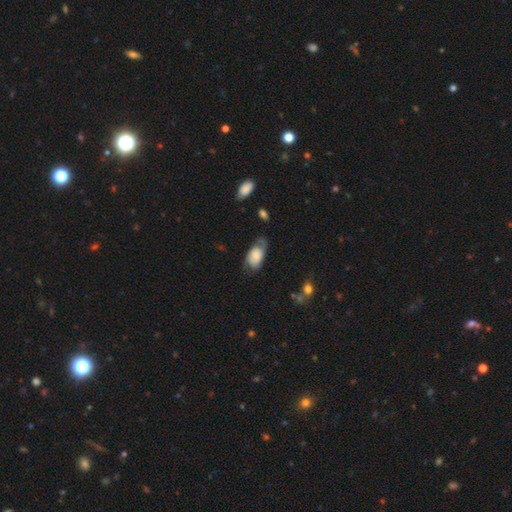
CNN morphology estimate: Smooth or featured: smooth — 54% (featured or disk — 38%)
How rounded: in between — 92% (round — 6%)
Merging: none — 54% (minor disturbance — 29%)